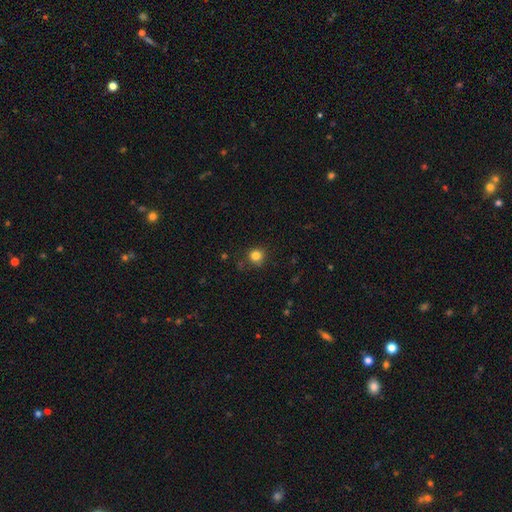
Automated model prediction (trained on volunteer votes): Smooth or featured?
  - smooth: 83% *
  - star or artifact: 13%
  - featured or disk: 5%
How rounded?
  - round: 92% *
  - in between: 7%
  - cigar-shaped: 1%
Merging?
  - none: 85% *
  - minor disturbance: 11%
  - major disturbance: 3%
  - merger: 2%